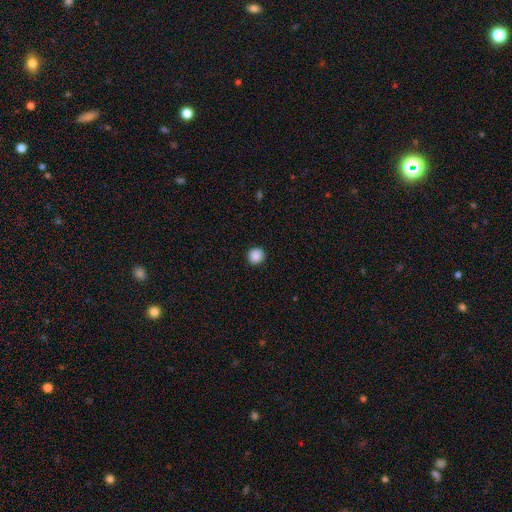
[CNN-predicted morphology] A smooth galaxy with no disk features (89%) that is round (93%). Merging: none (92%).